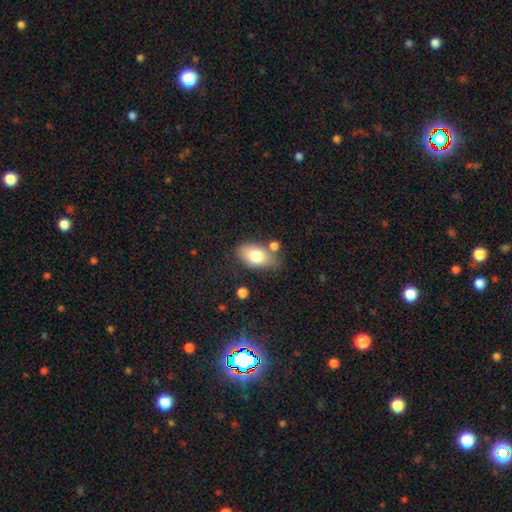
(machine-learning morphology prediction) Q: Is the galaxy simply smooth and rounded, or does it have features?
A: smooth — 77%.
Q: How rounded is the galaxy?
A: in between — 90%.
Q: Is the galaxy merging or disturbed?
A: none — 65%.